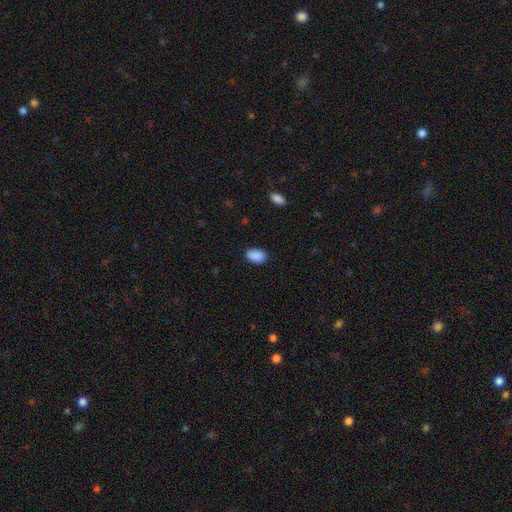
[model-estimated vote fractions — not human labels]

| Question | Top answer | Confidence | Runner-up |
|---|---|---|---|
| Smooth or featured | smooth | 90% | star or artifact (7%) |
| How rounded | in between | 90% | round (8%) |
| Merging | none | 86% | minor disturbance (10%) |